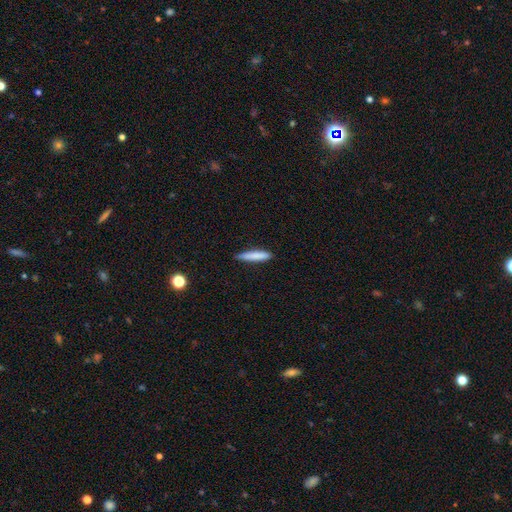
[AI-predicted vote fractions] A smooth galaxy with no disk features (81%) that is cigar-shaped (90%).

Vote fractions:
- Smooth or featured? smooth: 81% / featured or disk: 13% / star or artifact: 6%
- How rounded? cigar-shaped: 90% / in between: 9% / round: 1%
- Merging? none: 84% / minor disturbance: 12% / major disturbance: 2% / merger: 1%